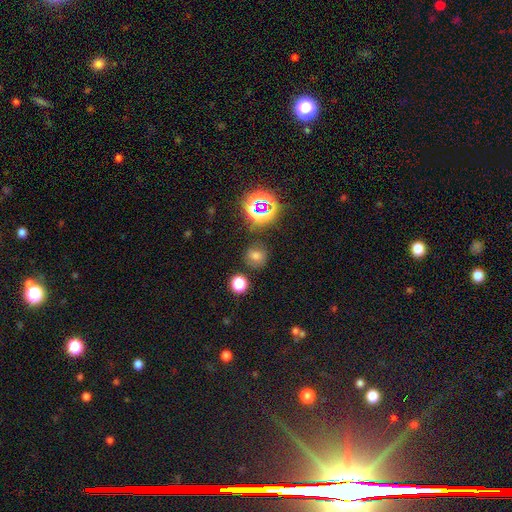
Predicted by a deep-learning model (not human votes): This is likely a smooth galaxy (65%). How rounded: clearly round (82%). Merging: likely none (78%).